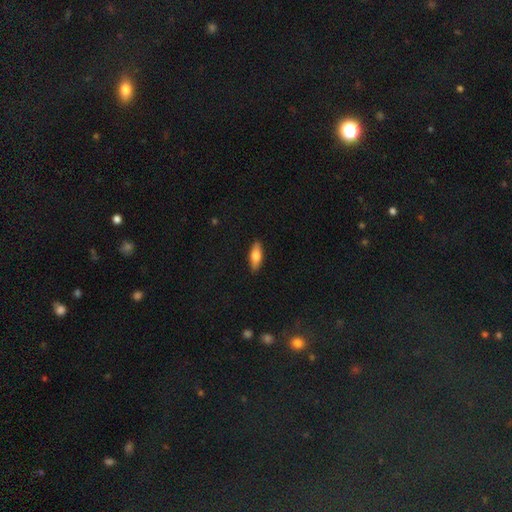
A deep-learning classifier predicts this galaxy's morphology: Smooth or featured?
  - smooth: 74% *
  - featured or disk: 20%
  - star or artifact: 6%
How rounded?
  - in between: 64% *
  - cigar-shaped: 33%
  - round: 2%
Merging?
  - none: 90% *
  - minor disturbance: 8%
  - major disturbance: 2%
  - merger: 1%